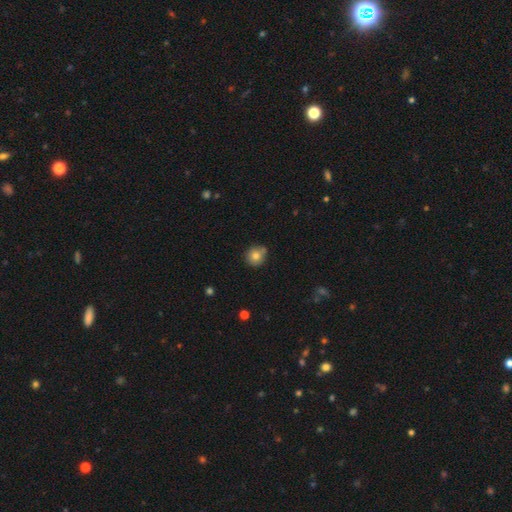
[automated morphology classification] Smooth or featured? smooth (80%)
How rounded? round (90%)
Merging? none (71%)